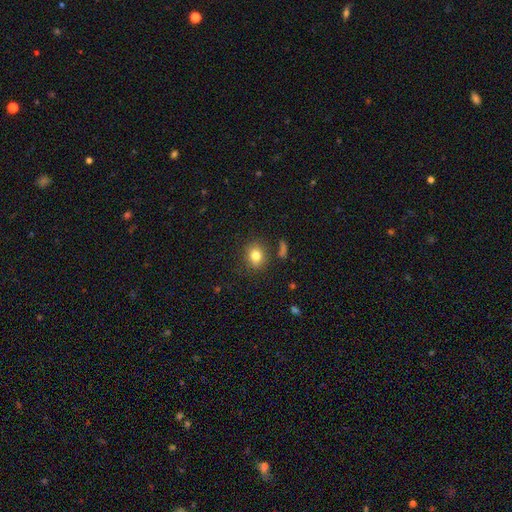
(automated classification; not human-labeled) Morphology: type=smooth (80%); roundness=round (63%); merging=none (82%).